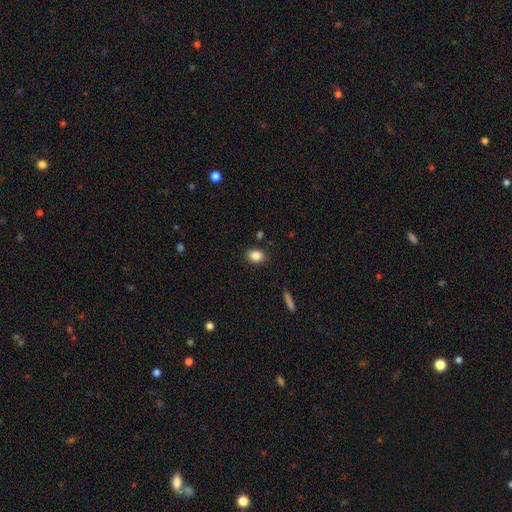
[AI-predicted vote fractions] Overall: smooth (85%). How rounded: in between (59%; round 40%). Merging: none (86%).